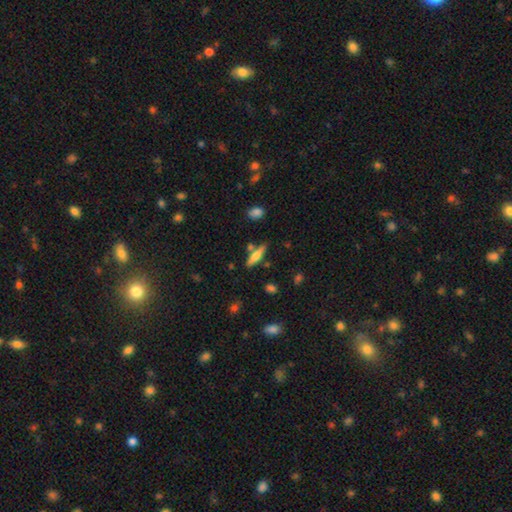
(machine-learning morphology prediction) Q: Smooth or featured?
A: smooth (56%); runner-up: featured or disk (37%)
Q: How rounded?
A: cigar-shaped (75%); runner-up: in between (23%)
Q: Merging?
A: none (73%); runner-up: minor disturbance (13%)